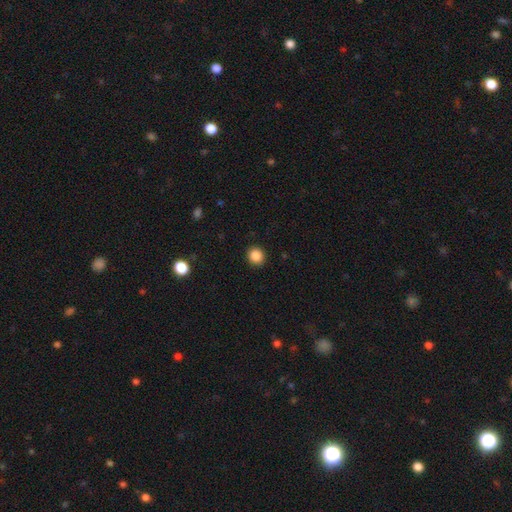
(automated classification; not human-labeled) smooth 87%, star or artifact 10%, featured or disk 3%. Down the decision tree: how rounded — round (82%); merging — none (91%).